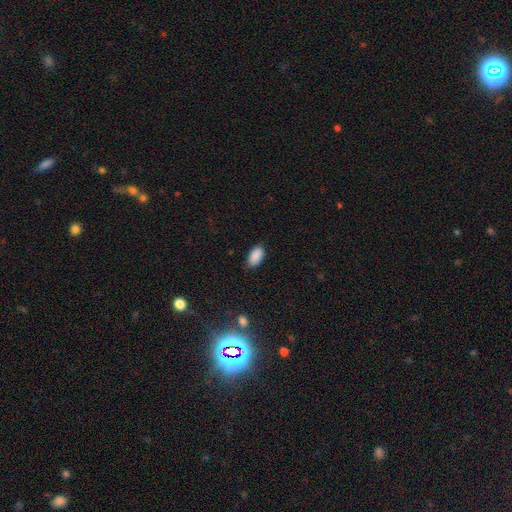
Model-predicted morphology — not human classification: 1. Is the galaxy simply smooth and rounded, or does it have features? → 89% smooth, 7% star or artifact, 3% featured or disk.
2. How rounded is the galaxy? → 95% in between, 3% round, 3% cigar-shaped.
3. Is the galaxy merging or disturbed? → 83% none, 13% minor disturbance, 3% major disturbance, 1% merger.